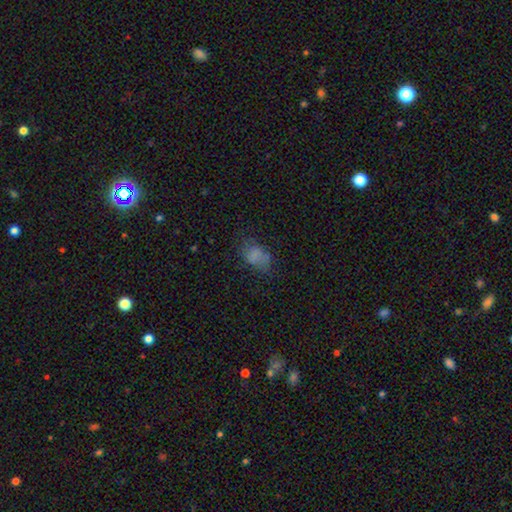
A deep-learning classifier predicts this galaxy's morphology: A smooth galaxy with no disk features (69%) that is in between round and cigar-shaped (81%). Merging: none (51%).